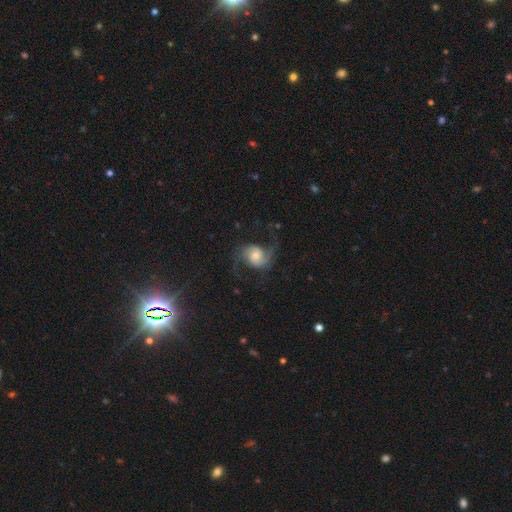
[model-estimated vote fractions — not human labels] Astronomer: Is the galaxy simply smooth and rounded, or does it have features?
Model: featured or disk — 84%.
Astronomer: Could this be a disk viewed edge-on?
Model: no — 98%.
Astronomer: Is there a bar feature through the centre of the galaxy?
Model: no — 65%.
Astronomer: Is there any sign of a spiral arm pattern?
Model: yes — 97%.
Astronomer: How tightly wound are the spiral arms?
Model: loose — 53% (runner-up: medium, 39%).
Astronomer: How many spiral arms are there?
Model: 2 — 92%.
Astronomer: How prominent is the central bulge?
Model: moderate — 48% (runner-up: small, 29%).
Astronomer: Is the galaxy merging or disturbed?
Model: none — 71%.